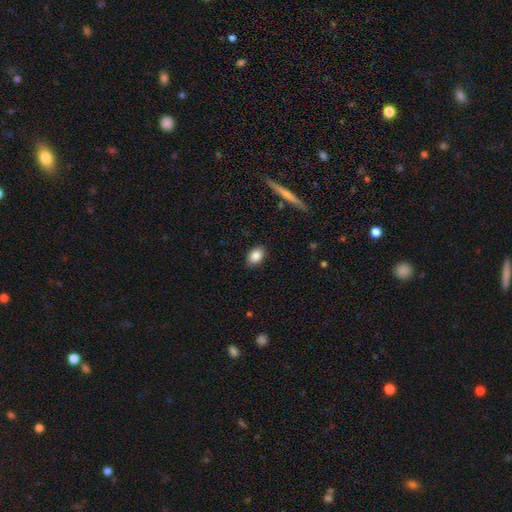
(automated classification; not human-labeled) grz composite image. It shows a smooth galaxy with no disk features (86%) that is in between round and cigar-shaped (82%). Merging: none (88%).